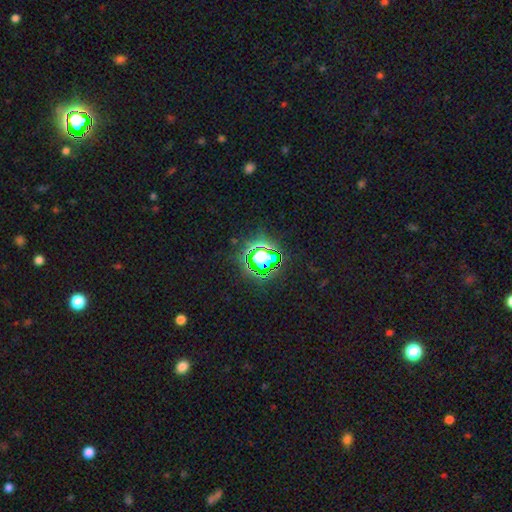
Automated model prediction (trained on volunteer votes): Smooth or featured: star or artifact — 76% (smooth — 16%)